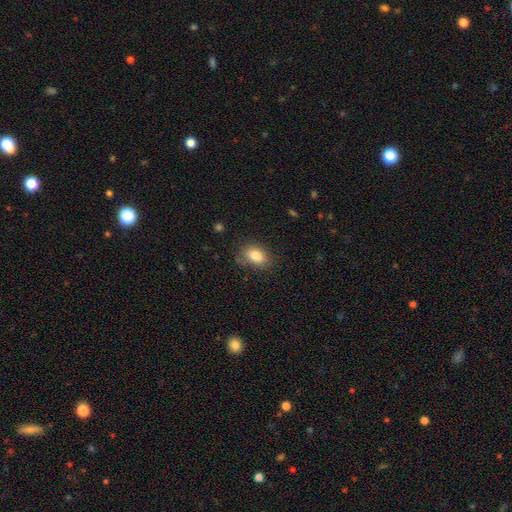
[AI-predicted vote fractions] The model was most divided on "merging": none: 77%, minor disturbance: 17%, major disturbance: 4%, merger: 2%. More confident: how rounded — in between (85%); smooth or featured — smooth (84%).